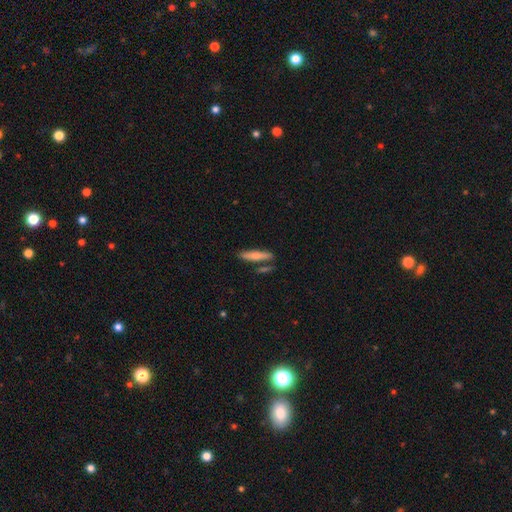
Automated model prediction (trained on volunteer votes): Smooth or featured? smooth (68%)
How rounded? cigar-shaped (86%)
Merging? none (76%)